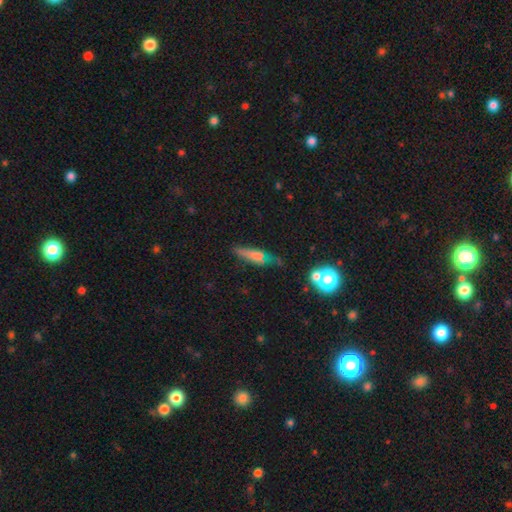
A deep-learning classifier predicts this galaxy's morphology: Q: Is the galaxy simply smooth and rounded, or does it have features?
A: smooth — 43%.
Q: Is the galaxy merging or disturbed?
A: none — 69%.